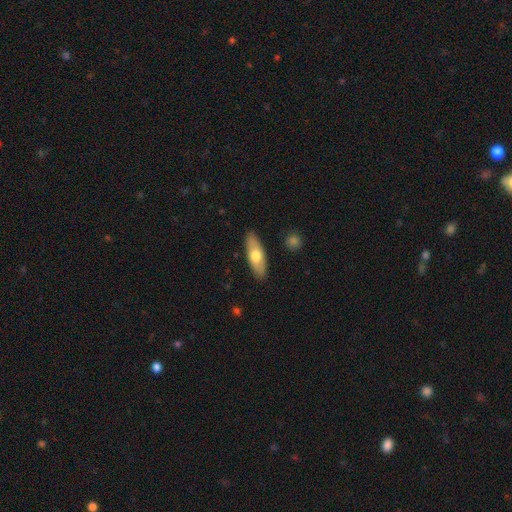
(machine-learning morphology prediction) smooth_or_featured: smooth (p=0.63) [alt: featured or disk p=0.32]
how_rounded: in between (p=0.63) [alt: cigar-shaped p=0.34]
merging: none (p=0.88) [alt: minor disturbance p=0.09]